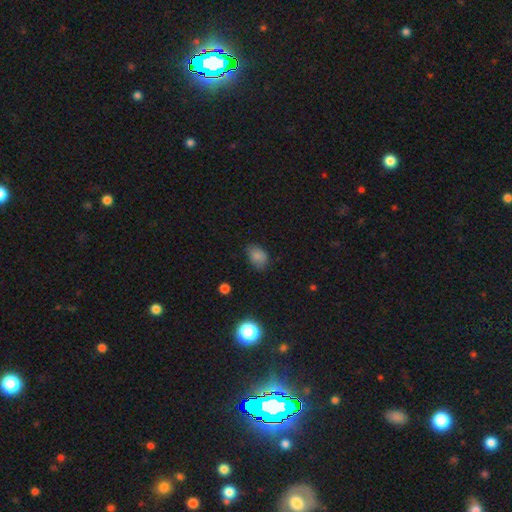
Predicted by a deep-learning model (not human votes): Smooth or featured? smooth (78%)
How rounded? in between (74%)
Merging? none (71%)